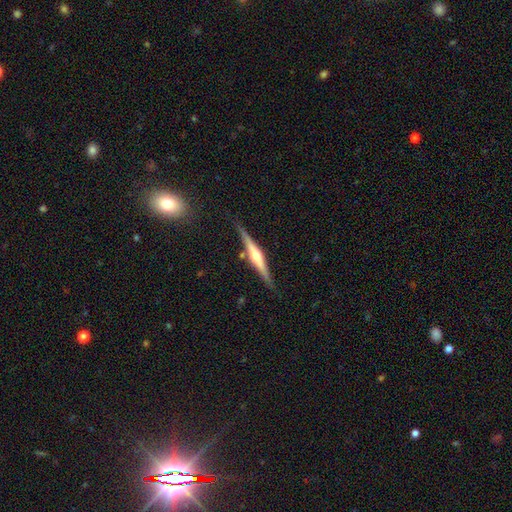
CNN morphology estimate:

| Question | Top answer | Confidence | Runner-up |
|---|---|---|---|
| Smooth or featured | featured or disk | 75% | smooth (19%) |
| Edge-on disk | yes | 98% | no (2%) |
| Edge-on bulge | rounded | 87% | boxy (8%) |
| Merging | none | 84% | minor disturbance (11%) |